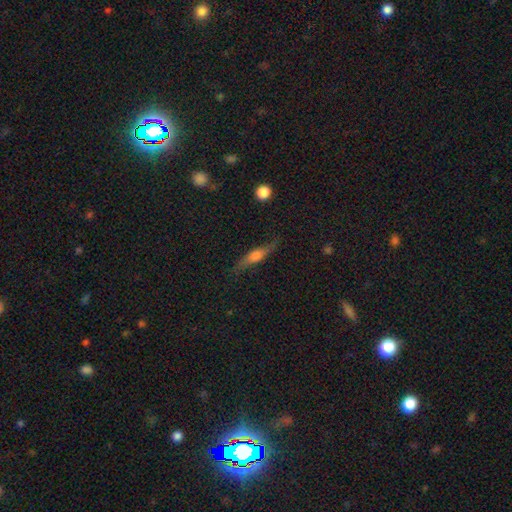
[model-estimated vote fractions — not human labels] featured or disk 57%, smooth 35%, star or artifact 7%. Down the decision tree: edge-on disk — yes (88%); edge-on bulge — rounded (81%); merging — none (78%).